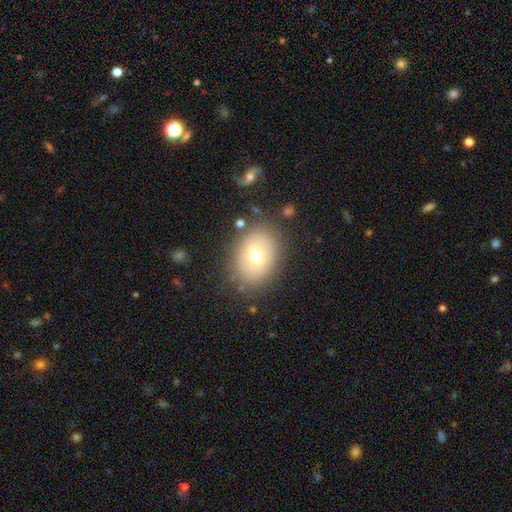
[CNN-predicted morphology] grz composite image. It shows a smooth galaxy with no disk features (67%) that is in between round and cigar-shaped (66%). Merging: none (81%).